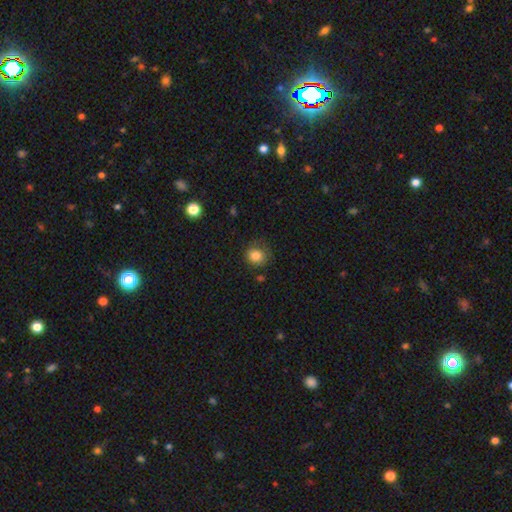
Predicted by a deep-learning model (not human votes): Q: Smooth or featured?
A: smooth (83%); runner-up: star or artifact (11%)
Q: How rounded?
A: round (84%); runner-up: in between (15%)
Q: Merging?
A: none (72%); runner-up: minor disturbance (20%)